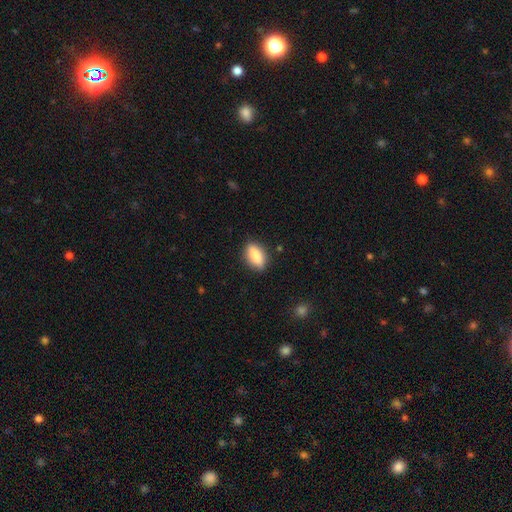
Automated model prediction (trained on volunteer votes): smooth 79%, featured or disk 14%, star or artifact 7%. Down the decision tree: how rounded — in between (76%); merging — none (85%).